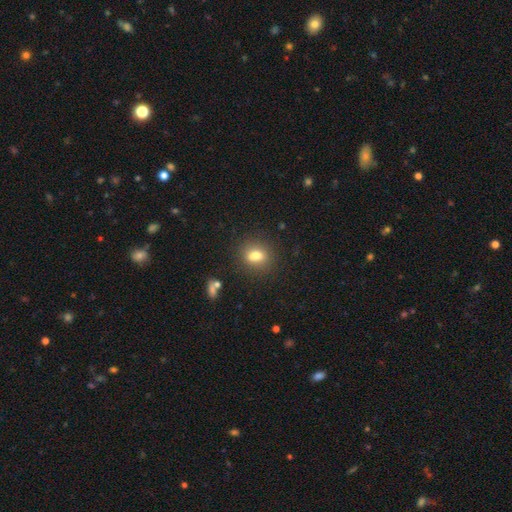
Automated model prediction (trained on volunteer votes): Smooth or featured: smooth — 77% (featured or disk — 12%)
How rounded: round — 49% (tied with in between — 49%)
Merging: none — 76% (minor disturbance — 12%)